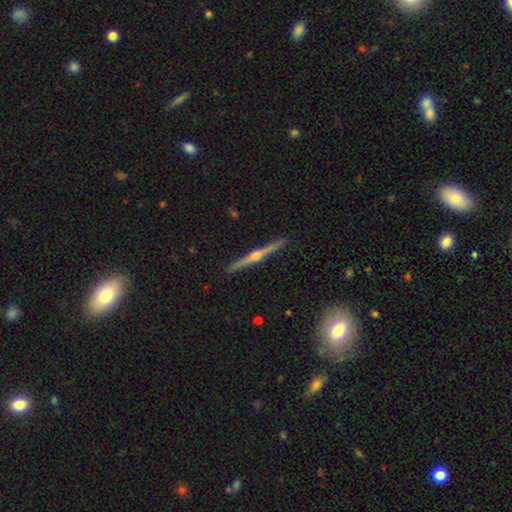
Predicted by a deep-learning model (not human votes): Smooth or featured? Predicted: featured or disk (p=0.85). Edge-on disk? Predicted: yes (p=0.99). Edge-on bulge? Predicted: rounded (p=0.94). Merging? Predicted: none (p=0.93).